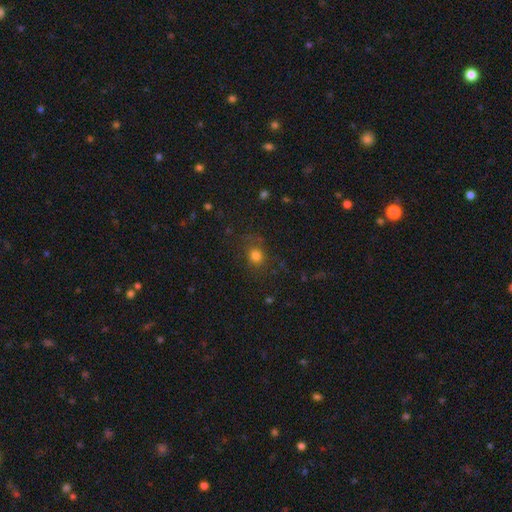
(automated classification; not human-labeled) Q: Smooth or featured?
A: smooth (77%); runner-up: star or artifact (16%)
Q: How rounded?
A: round (79%); runner-up: in between (20%)
Q: Merging?
A: none (77%); runner-up: minor disturbance (14%)